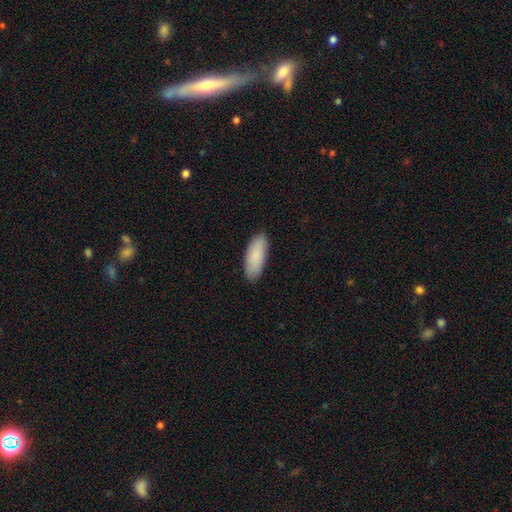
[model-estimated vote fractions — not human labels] This appears to be a smooth galaxy with no disk features (88%) that is in between round and cigar-shaped (77%). Merging: none (88%).